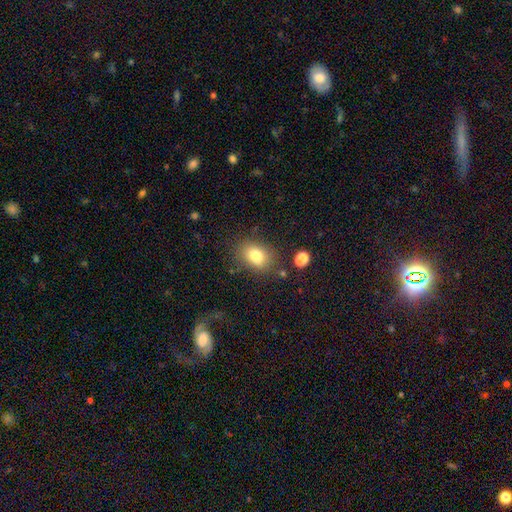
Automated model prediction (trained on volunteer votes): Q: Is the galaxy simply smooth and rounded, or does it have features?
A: smooth — 80%.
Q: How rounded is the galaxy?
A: in between — 75%.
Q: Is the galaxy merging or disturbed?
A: none — 76%.